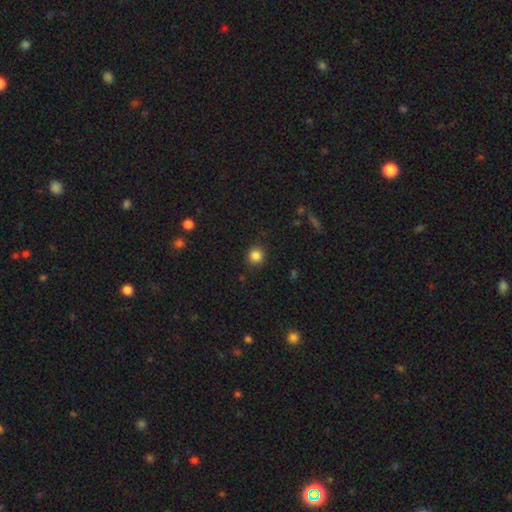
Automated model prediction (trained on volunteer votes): Overall: smooth (85%). How rounded: round (92%). Merging: none (89%).